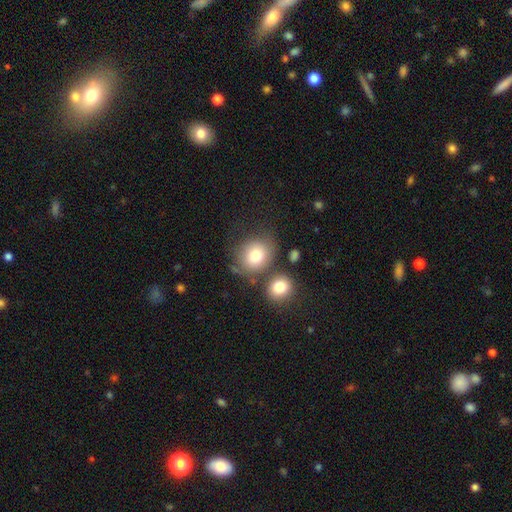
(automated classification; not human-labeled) smooth 81%, featured or disk 11%, star or artifact 9%. Down the decision tree: how rounded — round (68%); merging — none (58%).